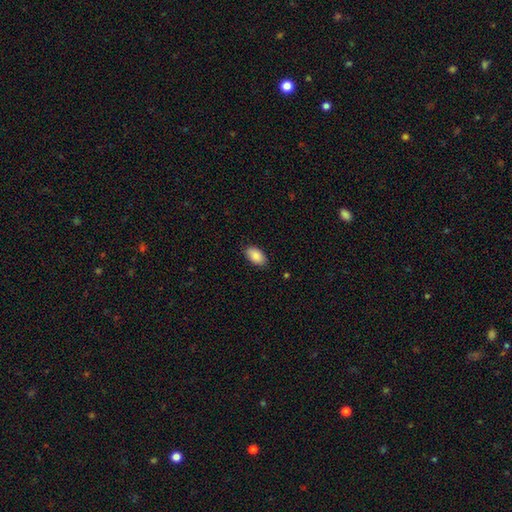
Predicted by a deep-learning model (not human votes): A smooth galaxy with no disk features (87%) that is in between round and cigar-shaped (94%). Merging: none (87%).